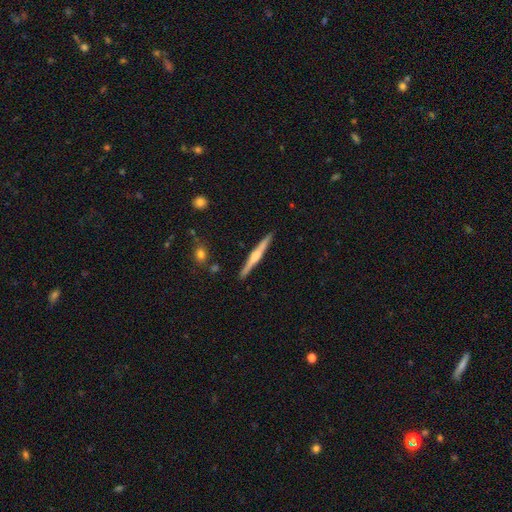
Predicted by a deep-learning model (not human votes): Smooth or featured: featured or disk — 65% (smooth — 29%)
Edge-on disk: yes — 98% (no — 2%)
Edge-on bulge: rounded — 67% (boxy — 19%)
Merging: none — 90% (minor disturbance — 7%)